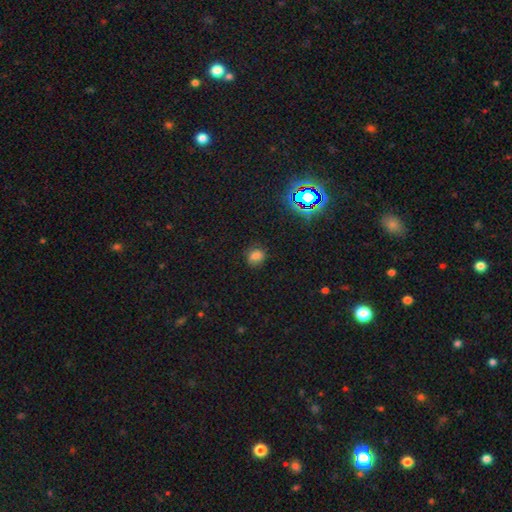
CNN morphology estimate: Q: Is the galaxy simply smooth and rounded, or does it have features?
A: smooth — 73%.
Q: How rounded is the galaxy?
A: round — 63%.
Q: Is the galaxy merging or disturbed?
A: none — 77%.